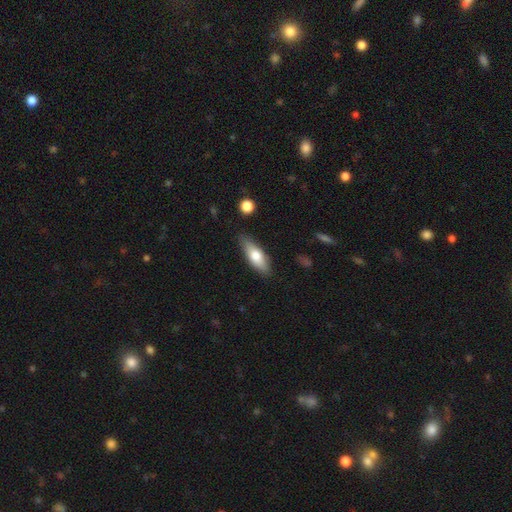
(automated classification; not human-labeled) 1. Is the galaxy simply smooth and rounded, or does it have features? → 67% smooth, 27% featured or disk, 6% star or artifact.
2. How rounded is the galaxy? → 62% in between, 36% cigar-shaped, 2% round.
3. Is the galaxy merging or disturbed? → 83% none, 13% minor disturbance, 3% major disturbance, 2% merger.